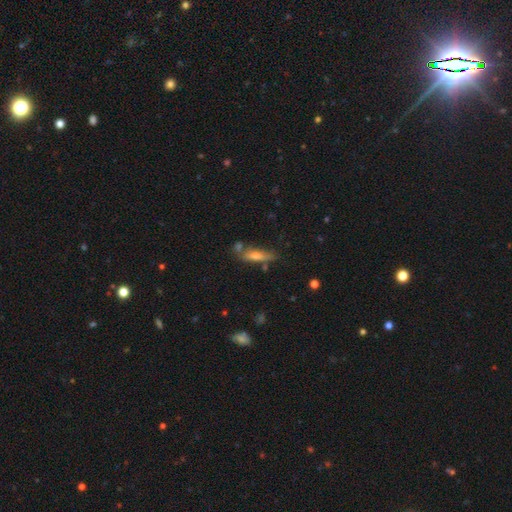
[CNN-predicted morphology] Q: Smooth or featured?
A: smooth (51%); runner-up: featured or disk (39%)
Q: How rounded?
A: cigar-shaped (73%); runner-up: in between (24%)
Q: Merging?
A: none (65%); runner-up: minor disturbance (18%)